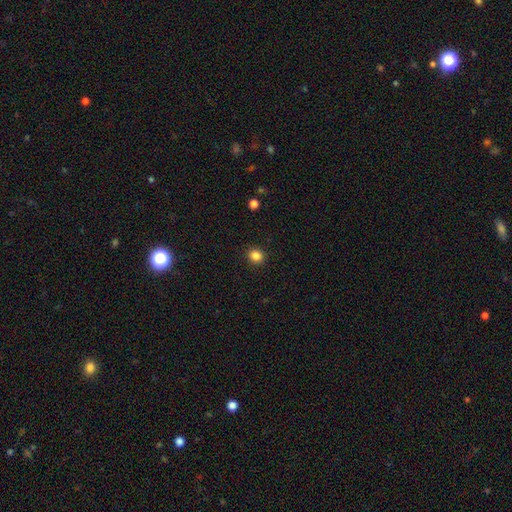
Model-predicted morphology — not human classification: Overall: smooth (84%). How rounded: round (86%). Merging: none (92%).